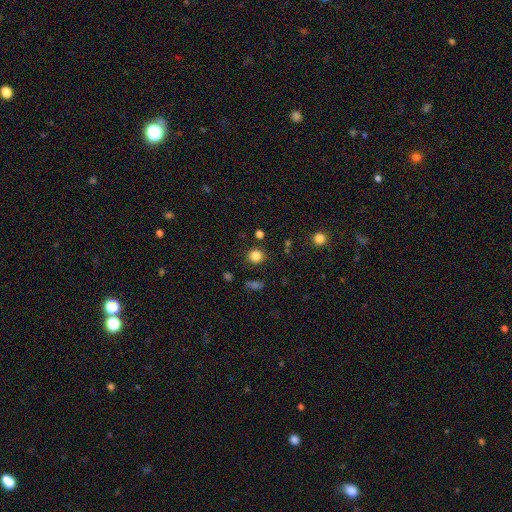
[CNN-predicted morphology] This appears to be a smooth galaxy with no disk features (83%) that is round (85%). Merging: none (86%).